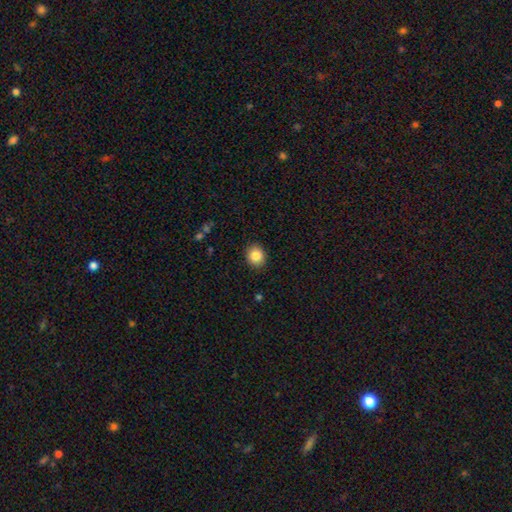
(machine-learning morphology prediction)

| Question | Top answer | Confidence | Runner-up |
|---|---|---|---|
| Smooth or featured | smooth | 84% | star or artifact (9%) |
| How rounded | round | 69% | in between (30%) |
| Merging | none | 90% | minor disturbance (7%) |